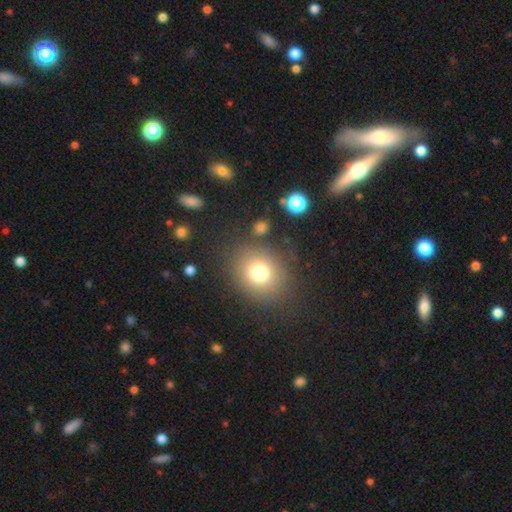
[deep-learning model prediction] A smooth galaxy with no disk features (65%) that is round (76%). Merging: none (84%).